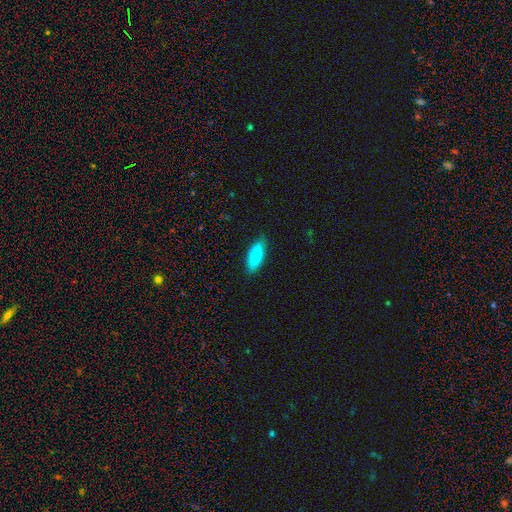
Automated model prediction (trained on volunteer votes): smooth 84%, featured or disk 10%, star or artifact 6%. Down the decision tree: how rounded — in between (66%); merging — none (86%).